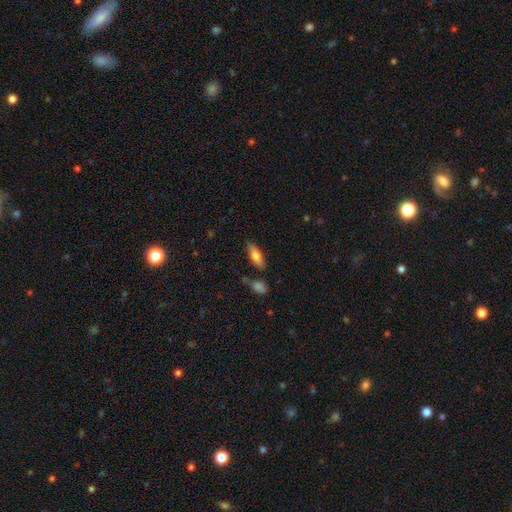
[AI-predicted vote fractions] Smooth or featured?
  - smooth: 71% *
  - featured or disk: 22%
  - star or artifact: 7%
How rounded?
  - in between: 66% *
  - cigar-shaped: 32%
  - round: 2%
Merging?
  - none: 75% *
  - minor disturbance: 15%
  - merger: 7%
  - major disturbance: 4%